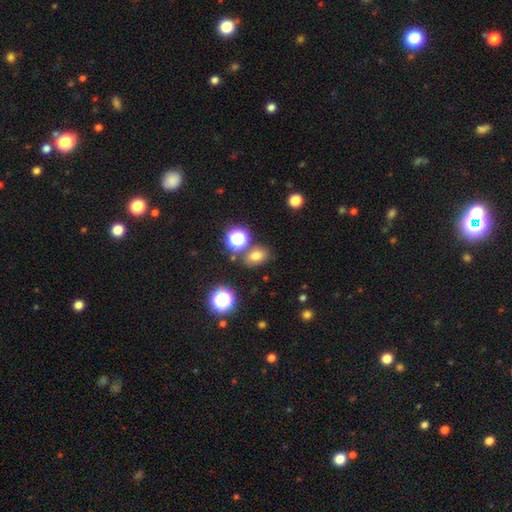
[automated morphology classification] This appears to be a smooth galaxy with no disk features (71%) that is in between round and cigar-shaped (62%). Merging: none (76%).